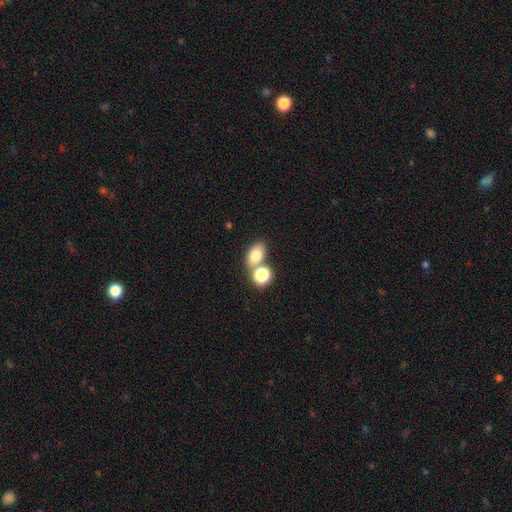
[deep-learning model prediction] A smooth galaxy with no disk features (77%) that is in between round and cigar-shaped (73%).

Vote fractions:
- Smooth or featured? smooth: 77% / star or artifact: 12% / featured or disk: 11%
- How rounded? in between: 73% / round: 25% / cigar-shaped: 2%
- Merging? none: 51% / merger: 36% / minor disturbance: 9% / major disturbance: 4%